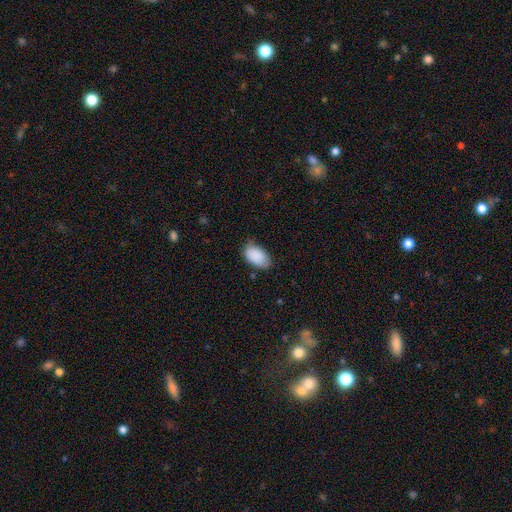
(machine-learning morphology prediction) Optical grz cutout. It shows a smooth galaxy with no disk features (89%) that is in between round and cigar-shaped (94%). Merging: none (66%).